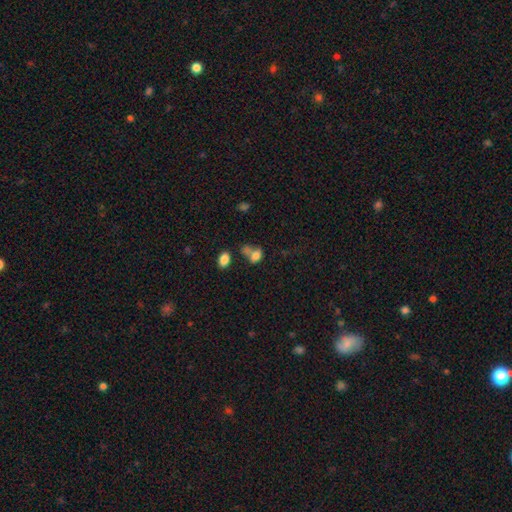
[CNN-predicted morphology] Smooth or featured? Predicted: smooth (p=0.77). How rounded? Predicted: in between (p=0.77). Merging? Predicted: merger (p=0.40).